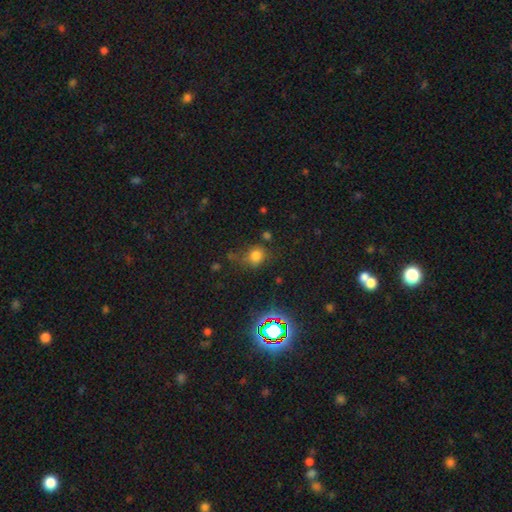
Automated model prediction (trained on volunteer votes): The model was most divided on "merging": none: 61%, minor disturbance: 22%, major disturbance: 12%, merger: 5%. More confident: smooth or featured — smooth (69%); how rounded — round (69%).